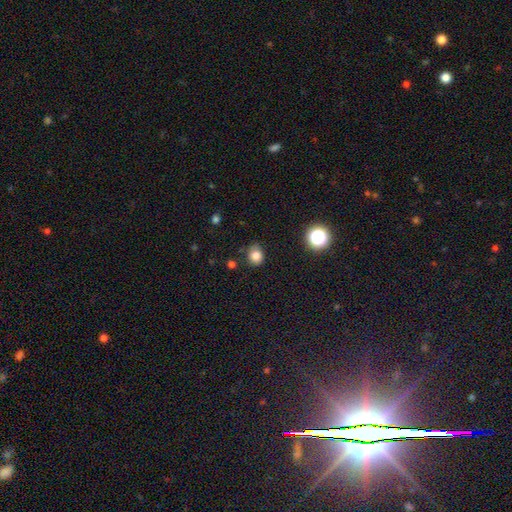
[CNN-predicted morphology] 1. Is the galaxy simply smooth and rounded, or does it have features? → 81% smooth, 13% star or artifact, 6% featured or disk.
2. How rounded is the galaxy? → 71% round, 28% in between, 1% cigar-shaped.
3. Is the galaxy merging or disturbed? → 68% none, 24% minor disturbance, 5% major disturbance, 3% merger.